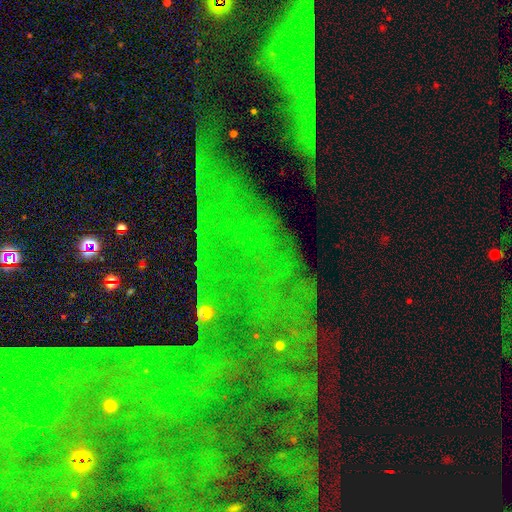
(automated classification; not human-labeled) Morphology: type=star or artifact (79%).